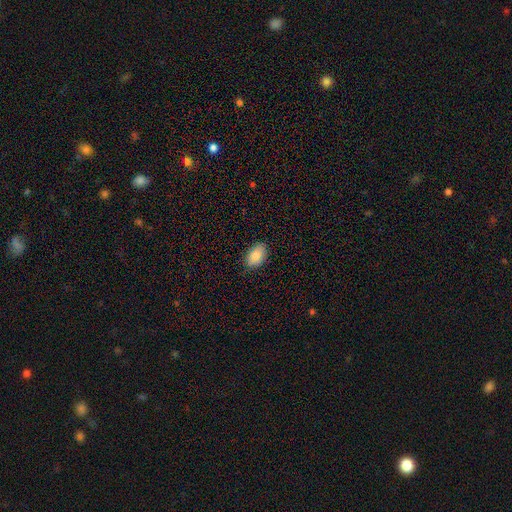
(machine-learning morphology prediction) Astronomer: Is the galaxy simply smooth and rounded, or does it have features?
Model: smooth — 85%.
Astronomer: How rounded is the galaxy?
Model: in between — 90%.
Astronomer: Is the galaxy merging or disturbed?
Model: none — 85%.